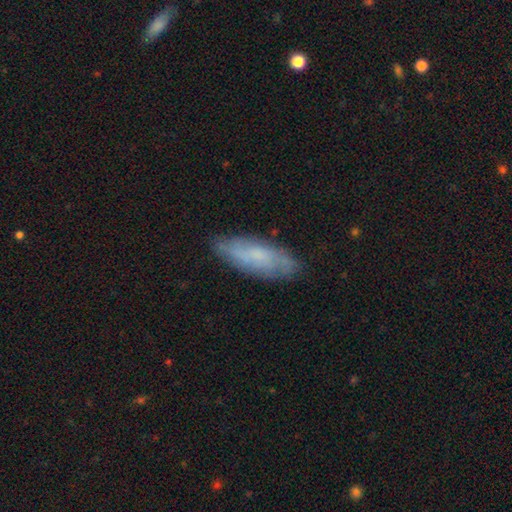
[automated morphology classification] Smooth or featured?
  - smooth: 53% *
  - featured or disk: 40%
  - star or artifact: 7%
How rounded?
  - in between: 60% *
  - cigar-shaped: 38%
  - round: 2%
Merging?
  - none: 77% *
  - minor disturbance: 17%
  - major disturbance: 4%
  - merger: 1%